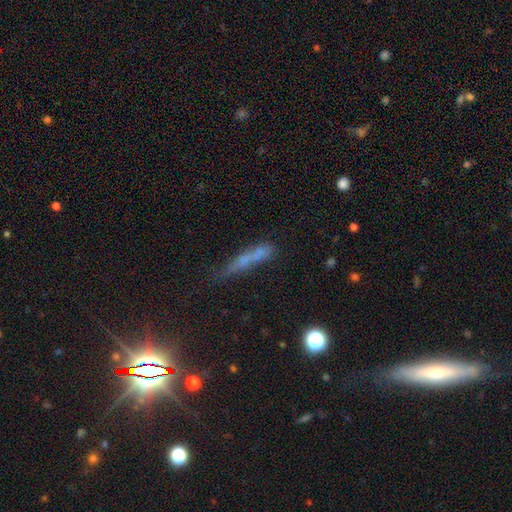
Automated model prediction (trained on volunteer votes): Smooth or featured? Predicted: smooth (p=0.50). Merging? Predicted: none (p=0.51).